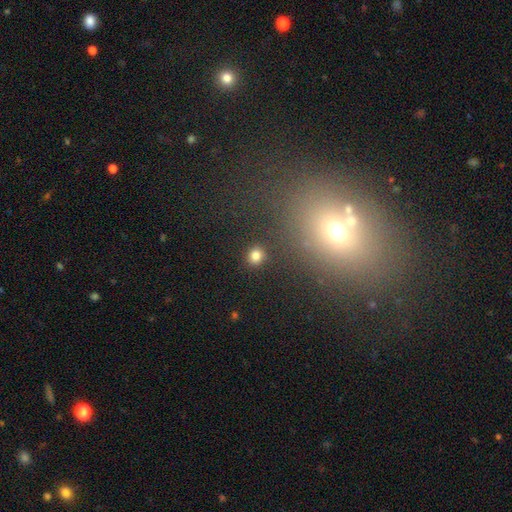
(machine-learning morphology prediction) type=smooth (82%); roundness=round (85%); merging=none (90%).